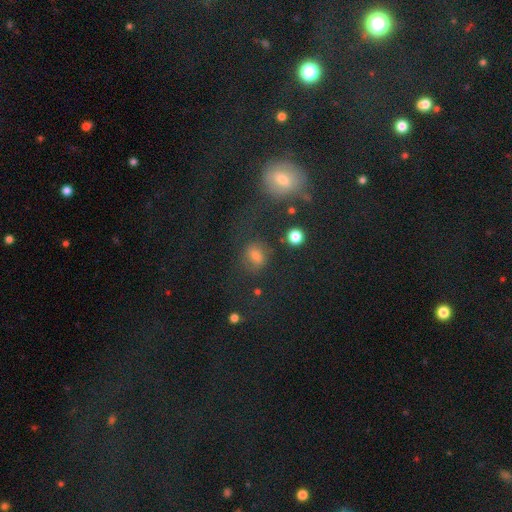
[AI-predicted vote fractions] This appears to be a smooth galaxy with no disk features (65%) that is round (51%). Merging: none (64%).